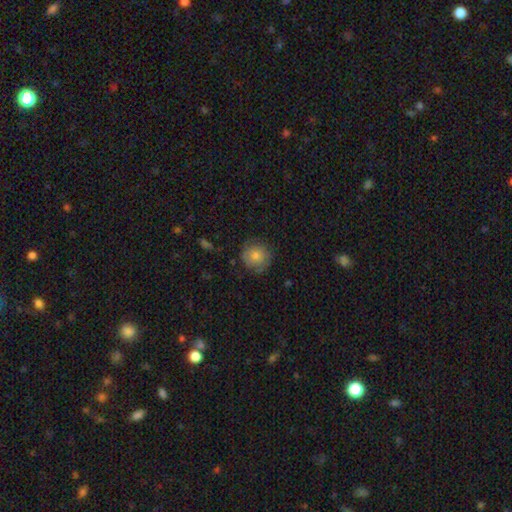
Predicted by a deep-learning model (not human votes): Smooth or featured? smooth (71%)
How rounded? round (90%)
Merging? none (79%)